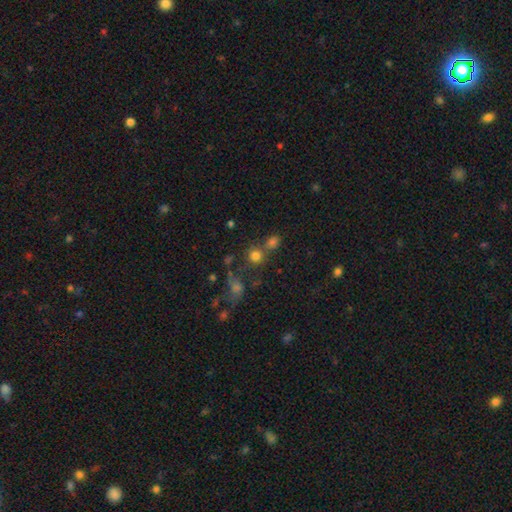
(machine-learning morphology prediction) Q: Smooth or featured?
A: smooth (74%); runner-up: star or artifact (17%)
Q: How rounded?
A: round (86%); runner-up: in between (13%)
Q: Merging?
A: none (57%); runner-up: merger (28%)